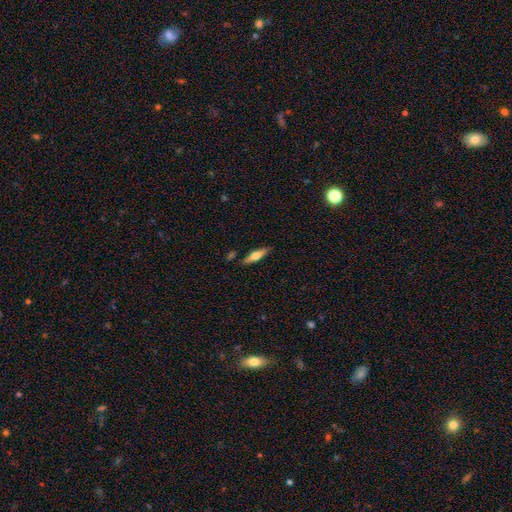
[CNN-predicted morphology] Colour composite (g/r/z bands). It shows a featured or disk galaxy (50%). Merging: none (85%).